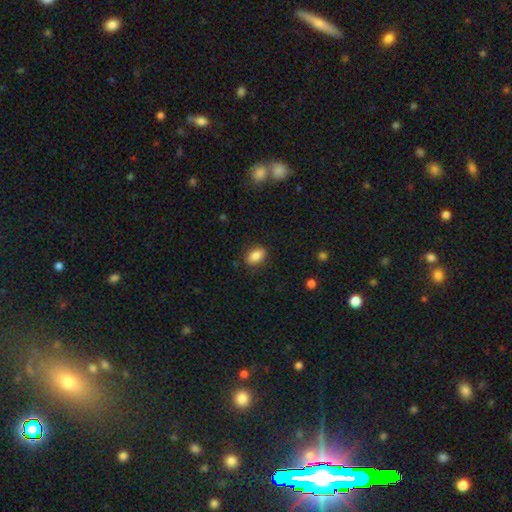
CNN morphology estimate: Q: Smooth or featured?
A: smooth (86%); runner-up: star or artifact (8%)
Q: How rounded?
A: in between (86%); runner-up: round (12%)
Q: Merging?
A: none (86%); runner-up: minor disturbance (10%)